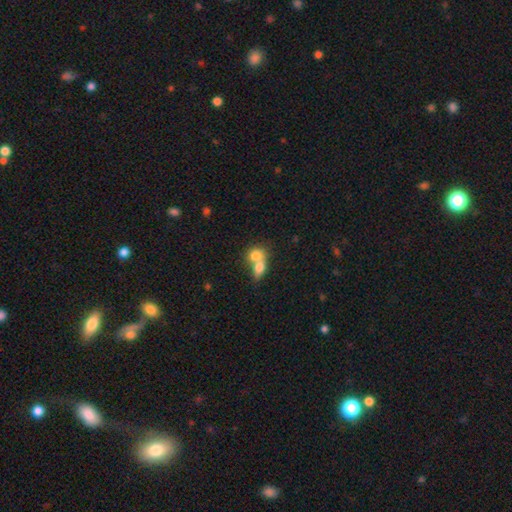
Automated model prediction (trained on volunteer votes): Smooth or featured?
  - smooth: 76% *
  - featured or disk: 16%
  - star or artifact: 8%
How rounded?
  - in between: 53% *
  - round: 45%
  - cigar-shaped: 2%
Merging?
  - merger: 74% *
  - none: 18%
  - minor disturbance: 5%
  - major disturbance: 3%